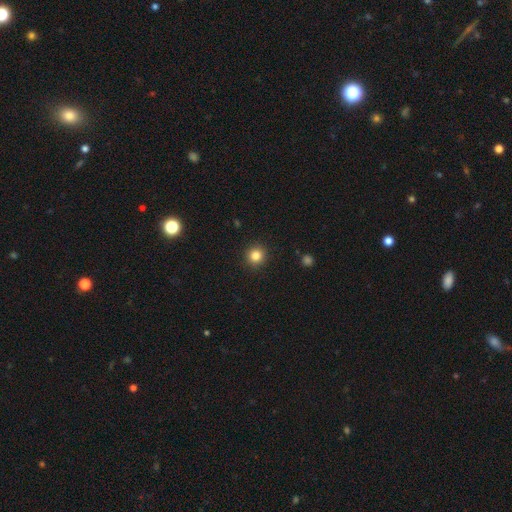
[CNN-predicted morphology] A smooth galaxy with no disk features (83%) that is round (94%). Merging: none (92%).